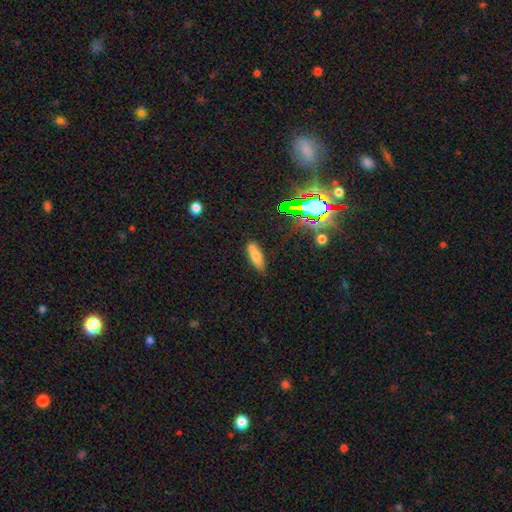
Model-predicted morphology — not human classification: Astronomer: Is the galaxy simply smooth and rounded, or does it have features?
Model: smooth — 66%.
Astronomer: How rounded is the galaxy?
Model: in between — 56% (runner-up: cigar-shaped, 40%).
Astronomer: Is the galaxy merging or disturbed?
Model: none — 60%.